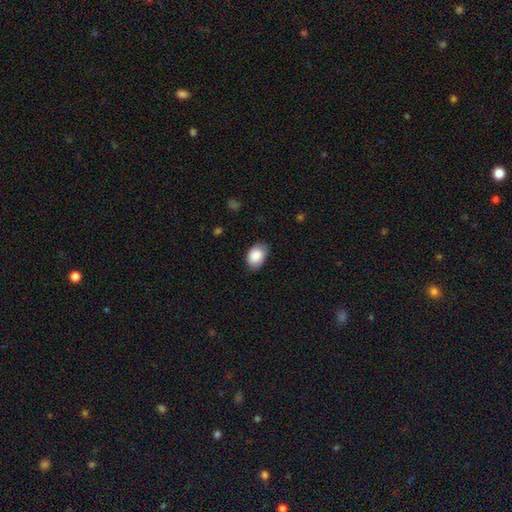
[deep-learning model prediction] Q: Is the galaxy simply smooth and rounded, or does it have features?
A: smooth — 88%.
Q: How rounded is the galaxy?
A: in between — 82%.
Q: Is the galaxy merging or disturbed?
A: none — 78%.